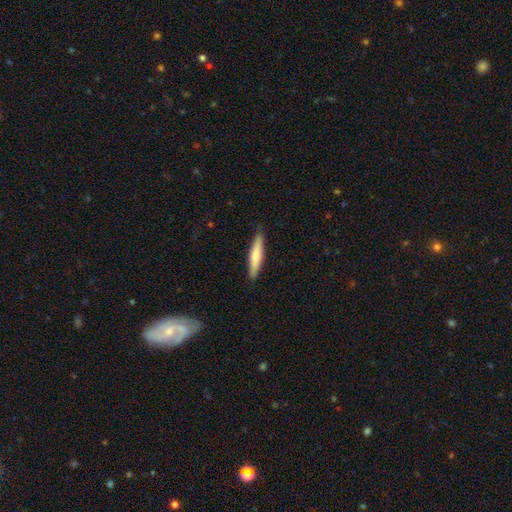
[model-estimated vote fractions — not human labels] Smooth or featured?
  - smooth: 70% *
  - featured or disk: 25%
  - star or artifact: 5%
How rounded?
  - cigar-shaped: 87% *
  - in between: 12%
  - round: 1%
Merging?
  - none: 88% *
  - minor disturbance: 9%
  - major disturbance: 2%
  - merger: 1%